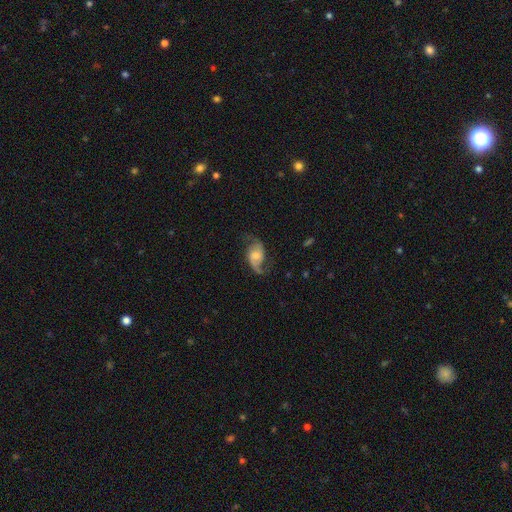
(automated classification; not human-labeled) Smooth or featured? Predicted: featured or disk (p=0.78). Edge-on disk? Predicted: no (p=0.97). Bar? Predicted: no (p=0.57). Spiral arms? Predicted: yes (p=0.94). Spiral winding? Predicted: loose (p=0.65). Spiral arm count? Predicted: 2 (p=0.89). Bulge size? Predicted: moderate (p=0.42). Merging? Predicted: none (p=0.67).